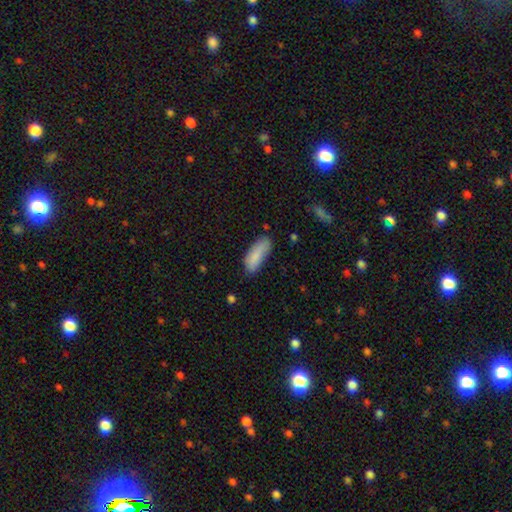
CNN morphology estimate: Smooth or featured: smooth — 85% (featured or disk — 8%)
How rounded: in between — 72% (cigar-shaped — 27%)
Merging: none — 67% (minor disturbance — 25%)